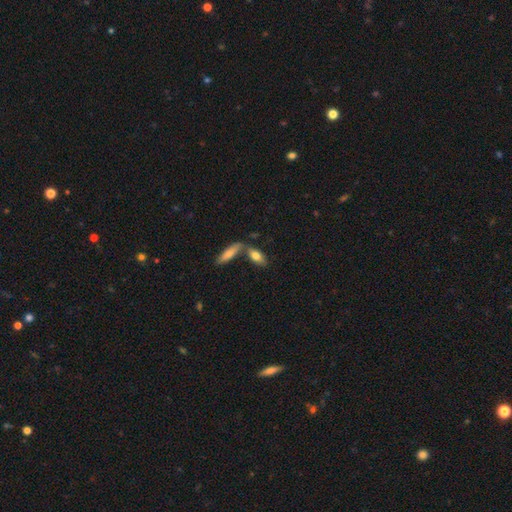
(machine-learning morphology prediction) smooth-or-featured: smooth: 74% | featured or disk: 19% | star or artifact: 6%
  how-rounded: in between: 72% | cigar-shaped: 26% | round: 3%
  merging: none: 52% | merger: 34% | minor disturbance: 10% | major disturbance: 3%